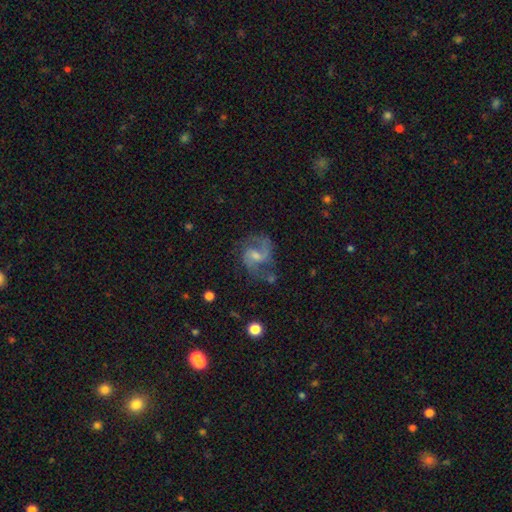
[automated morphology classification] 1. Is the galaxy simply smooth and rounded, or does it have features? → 85% featured or disk, 8% smooth, 7% star or artifact.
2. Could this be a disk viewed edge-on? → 98% no, 2% yes.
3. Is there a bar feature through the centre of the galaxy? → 56% weak, 29% no, 15% strong.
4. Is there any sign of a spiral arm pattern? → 96% yes, 4% no.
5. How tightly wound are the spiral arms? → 56% medium, 31% loose, 13% tight.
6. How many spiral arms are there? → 90% 2, 3% can't tell, 3% 1, 2% 3, 1% 4, 1% more than 4.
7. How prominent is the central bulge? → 48% small, 37% moderate, 11% none, 3% large, 1% dominant.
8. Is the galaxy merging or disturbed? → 68% none, 18% minor disturbance, 11% major disturbance, 3% merger.